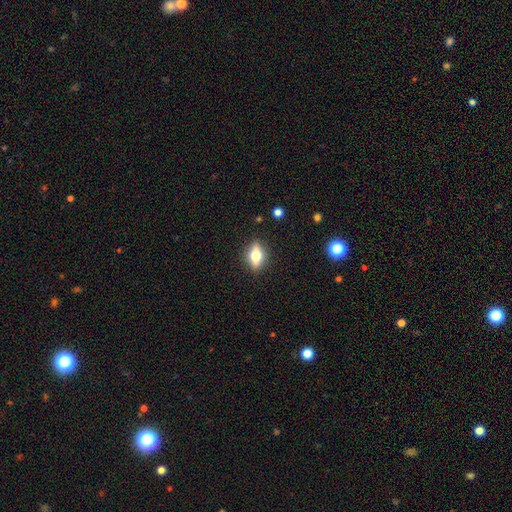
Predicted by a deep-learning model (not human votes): smooth 46%, featured or disk 45%, star or artifact 9%. Down the decision tree: merging — none (87%).